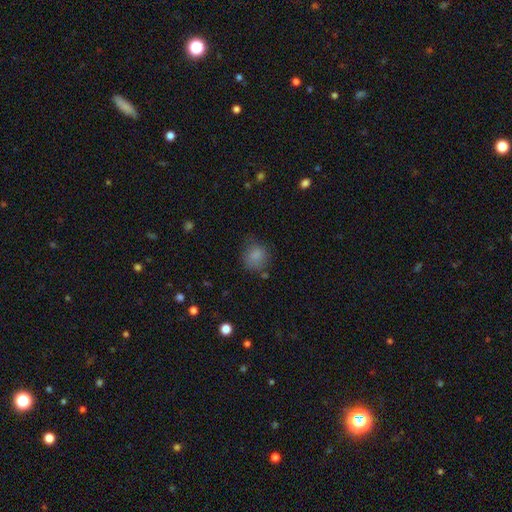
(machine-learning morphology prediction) A smooth galaxy with no disk features (82%) that is round (79%).

Vote fractions:
- Smooth or featured? smooth: 82% / star or artifact: 11% / featured or disk: 7%
- How rounded? round: 79% / in between: 20% / cigar-shaped: 1%
- Merging? none: 67% / minor disturbance: 22% / major disturbance: 7% / merger: 4%